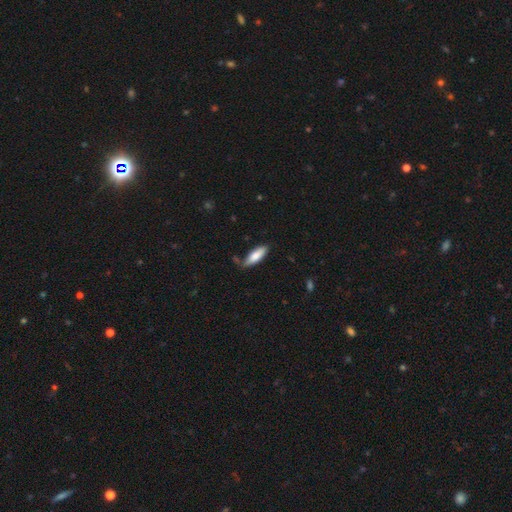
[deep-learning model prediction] Morphology: type=smooth (79%); roundness=in between (57%); merging=none (65%).